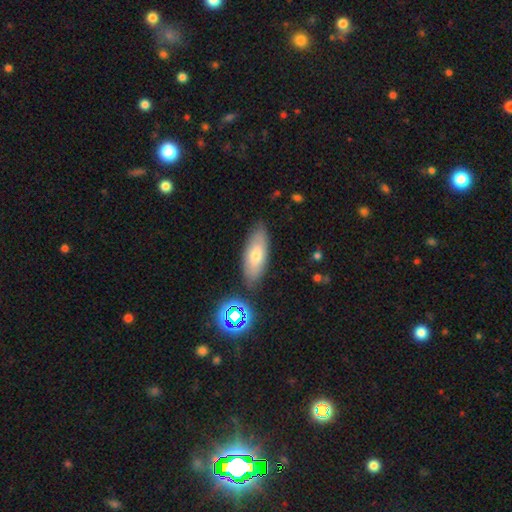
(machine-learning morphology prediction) This is likely a smooth galaxy (64%). How rounded: likely in between (74%). Merging: clearly none (82%).